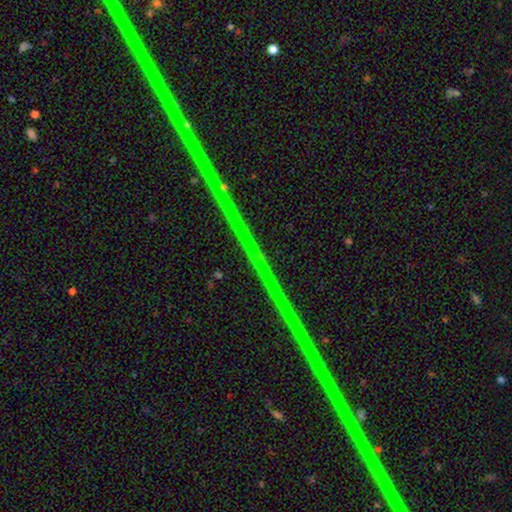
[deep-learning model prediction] smooth-or-featured: star or artifact: 89% | featured or disk: 8% | smooth: 4%